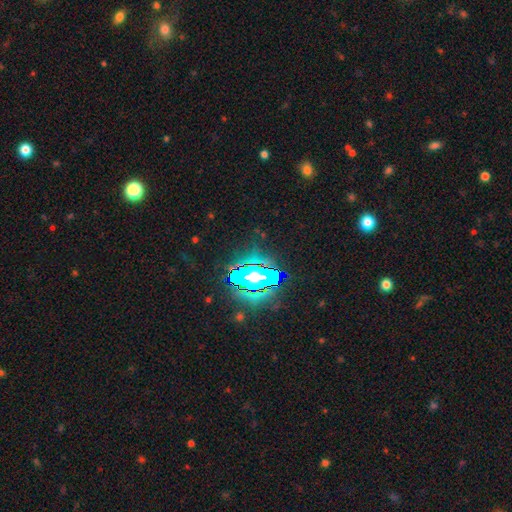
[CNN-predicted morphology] A star or artifact, not a galaxy (71%).